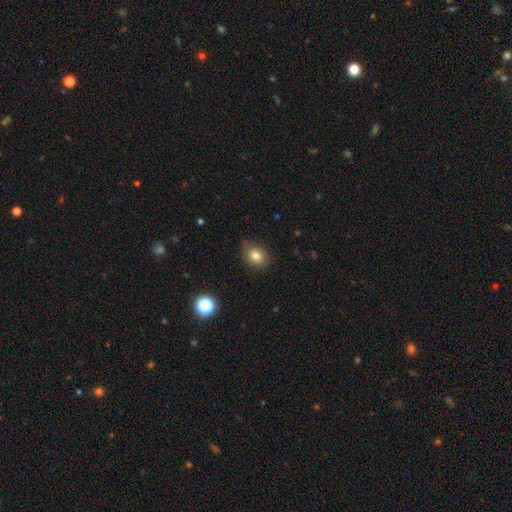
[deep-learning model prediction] smooth 78%, star or artifact 11%, featured or disk 10%. Down the decision tree: how rounded — round (52%); merging — none (71%).